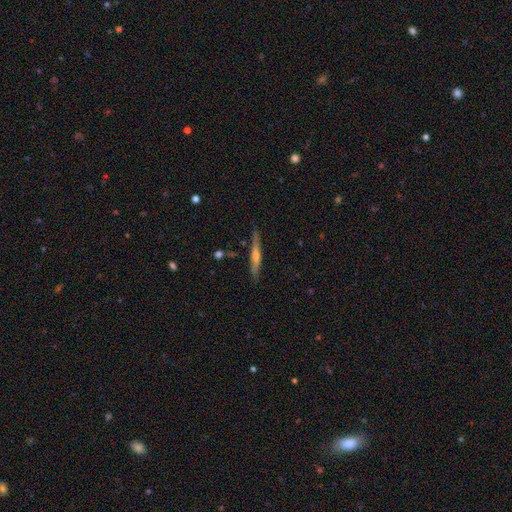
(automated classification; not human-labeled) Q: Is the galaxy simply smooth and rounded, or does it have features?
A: featured or disk — 59%.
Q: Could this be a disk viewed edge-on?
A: yes — 96%.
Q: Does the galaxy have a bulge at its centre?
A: rounded — 57%.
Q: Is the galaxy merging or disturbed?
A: none — 85%.